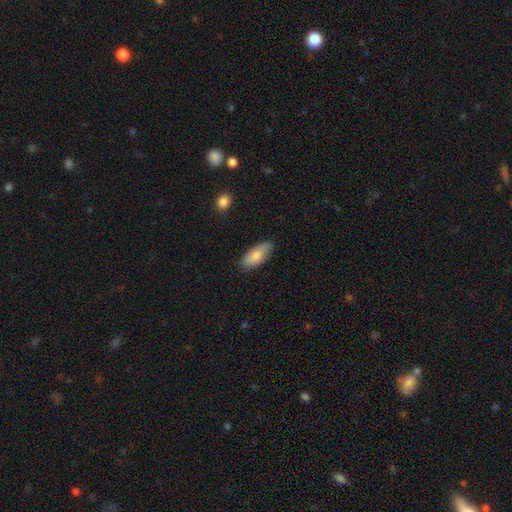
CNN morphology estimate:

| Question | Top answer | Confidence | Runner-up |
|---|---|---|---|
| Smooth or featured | smooth | 81% | featured or disk (13%) |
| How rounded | in between | 85% | cigar-shaped (13%) |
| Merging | none | 83% | minor disturbance (14%) |